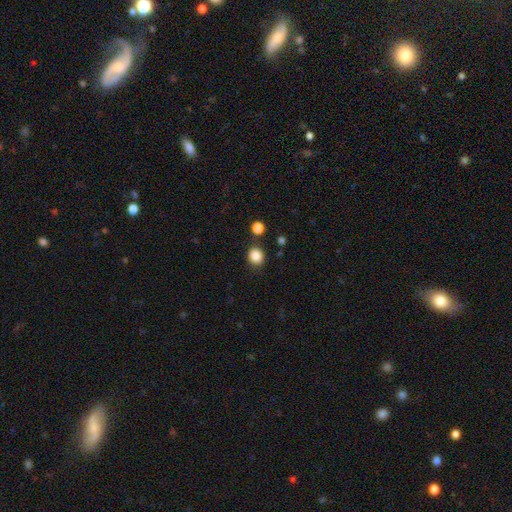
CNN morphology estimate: Smooth or featured? smooth (86%)
How rounded? round (80%)
Merging? none (84%)